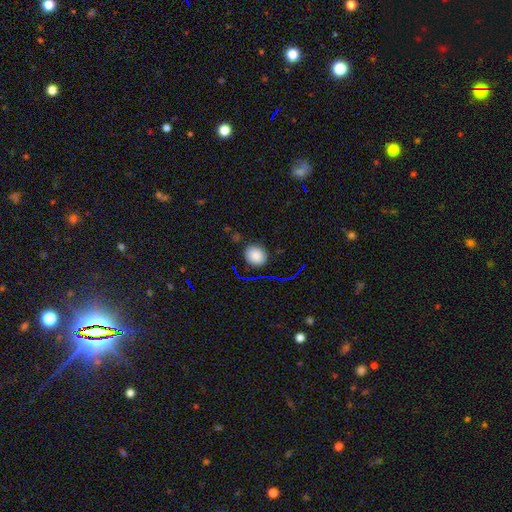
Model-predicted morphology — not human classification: Overall: smooth (81%). How rounded: round (67%; in between 32%). Merging: none (82%).